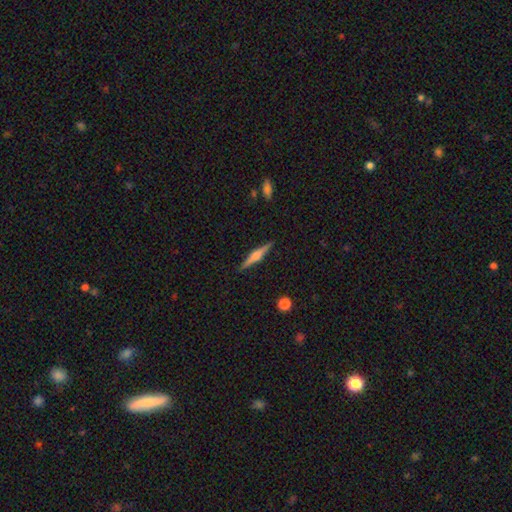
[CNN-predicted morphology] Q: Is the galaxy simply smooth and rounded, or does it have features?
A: featured or disk — 71%.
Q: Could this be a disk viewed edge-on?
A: yes — 98%.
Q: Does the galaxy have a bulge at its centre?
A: rounded — 85%.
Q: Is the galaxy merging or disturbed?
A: none — 91%.